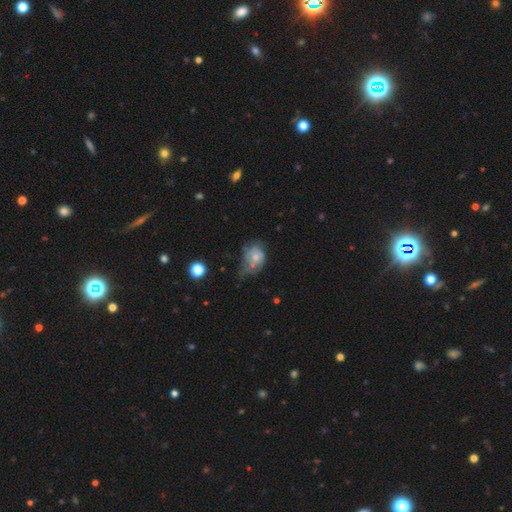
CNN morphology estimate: The model was most divided on "merging": major disturbance: 34%, minor disturbance: 31%, none: 23%, merger: 11%. More confident: how rounded — in between (64%); smooth or featured — smooth (51%).